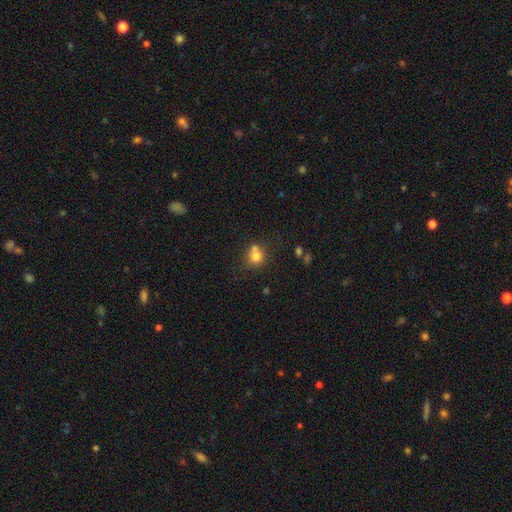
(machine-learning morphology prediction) The model was most divided on "merging": none: 51%, merger: 32%, minor disturbance: 12%, major disturbance: 4%. More confident: how rounded — round (82%); smooth or featured — smooth (76%).